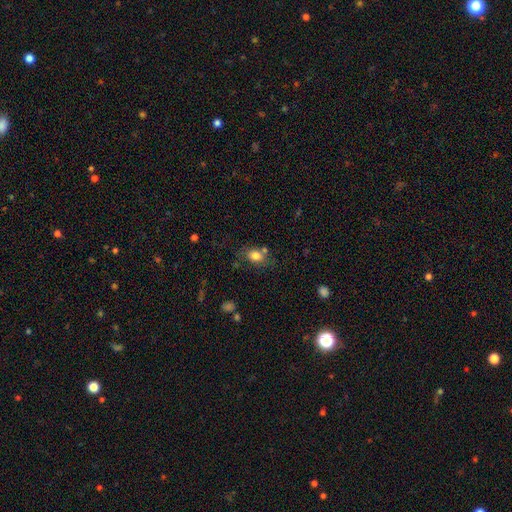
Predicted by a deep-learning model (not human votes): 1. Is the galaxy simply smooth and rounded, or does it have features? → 80% smooth, 10% star or artifact, 10% featured or disk.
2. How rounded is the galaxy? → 67% in between, 31% round, 2% cigar-shaped.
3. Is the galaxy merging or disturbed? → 64% none, 18% minor disturbance, 12% merger, 6% major disturbance.